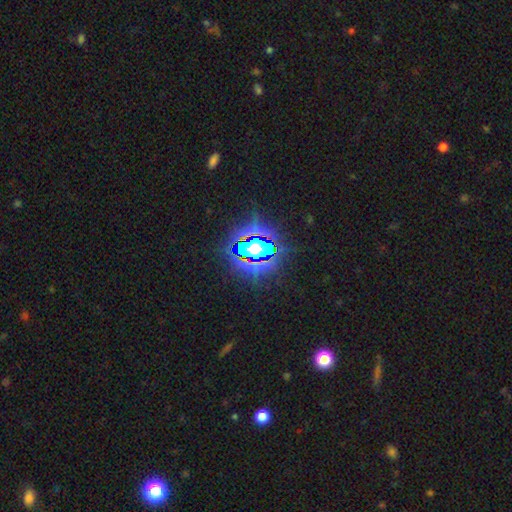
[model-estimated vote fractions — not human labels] This appears to be a star or artifact, not a galaxy (83%).